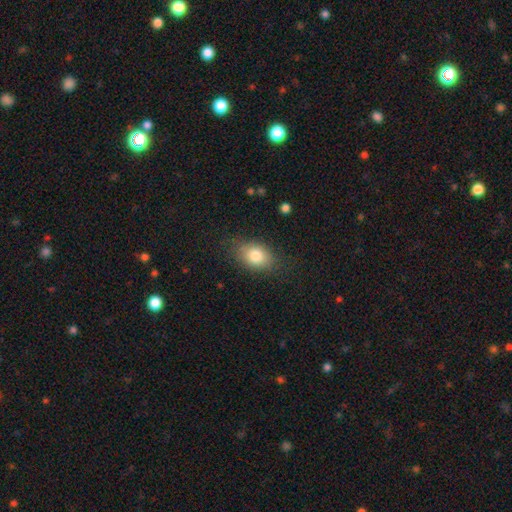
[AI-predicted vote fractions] smooth_or_featured: smooth (p=0.81) [alt: featured or disk p=0.10]
how_rounded: in between (p=0.76) [alt: round p=0.22]
merging: none (p=0.76) [alt: minor disturbance p=0.17]